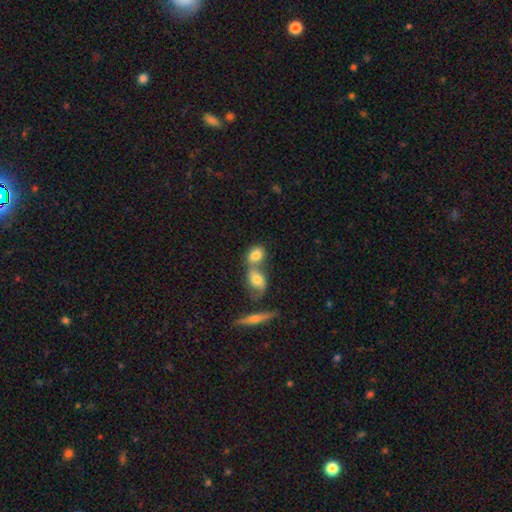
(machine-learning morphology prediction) Q: Smooth or featured?
A: smooth (78%); runner-up: featured or disk (14%)
Q: How rounded?
A: in between (68%); runner-up: round (29%)
Q: Merging?
A: merger (58%); runner-up: none (30%)